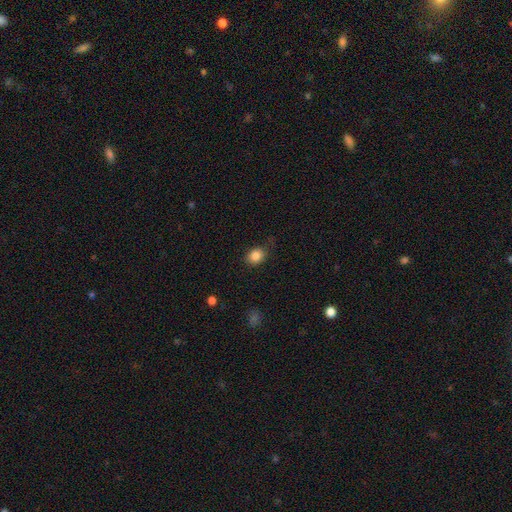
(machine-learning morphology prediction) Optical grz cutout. It shows a smooth galaxy with no disk features (85%) that is round (52%). Merging: none (78%).